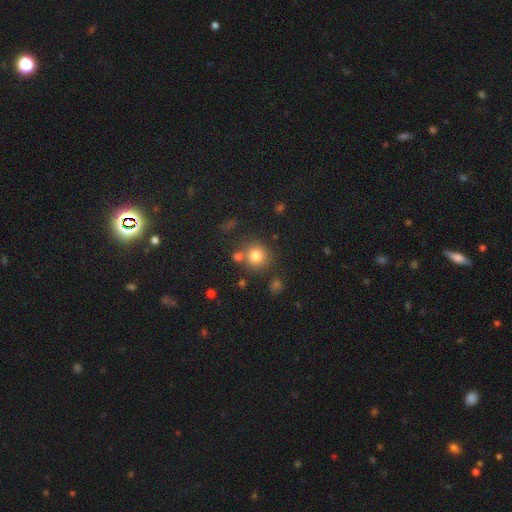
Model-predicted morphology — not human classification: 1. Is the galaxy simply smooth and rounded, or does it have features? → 79% smooth, 12% star or artifact, 8% featured or disk.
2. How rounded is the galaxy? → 90% round, 9% in between, 1% cigar-shaped.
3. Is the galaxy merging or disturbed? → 73% none, 13% merger, 10% minor disturbance, 4% major disturbance.